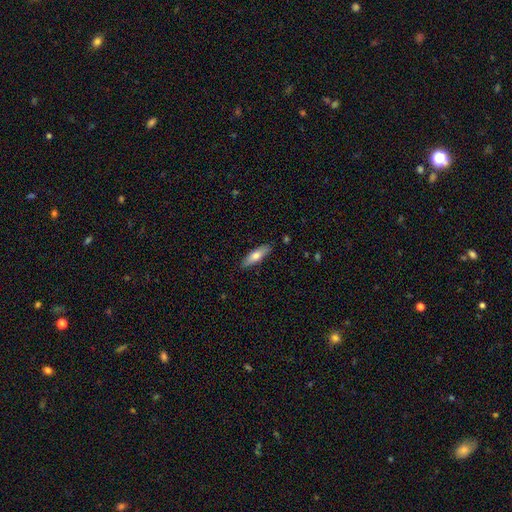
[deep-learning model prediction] The model was most divided on "how rounded": cigar-shaped: 55%, in between: 44%, round: 2%. More confident: merging — none (87%); smooth or featured — smooth (68%).